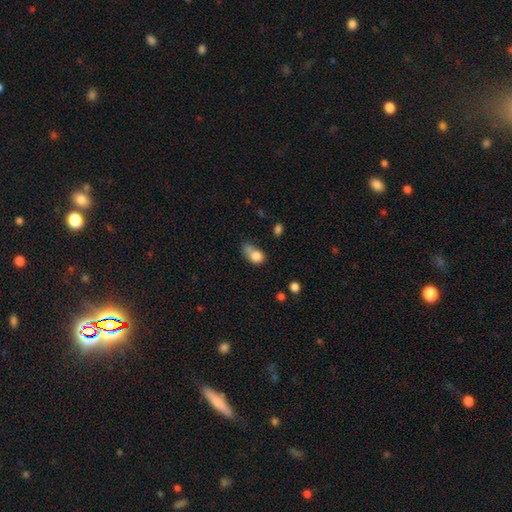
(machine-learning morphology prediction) Smooth or featured: smooth — 79% (featured or disk — 11%)
How rounded: in between — 56% (round — 41%)
Merging: merger — 31% (none — 29%)